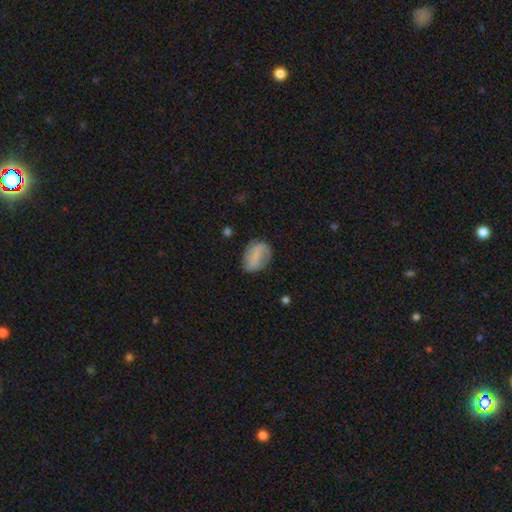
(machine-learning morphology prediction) Overall: smooth (60%; featured or disk 32%). How rounded: in between (77%). Merging: none (68%).